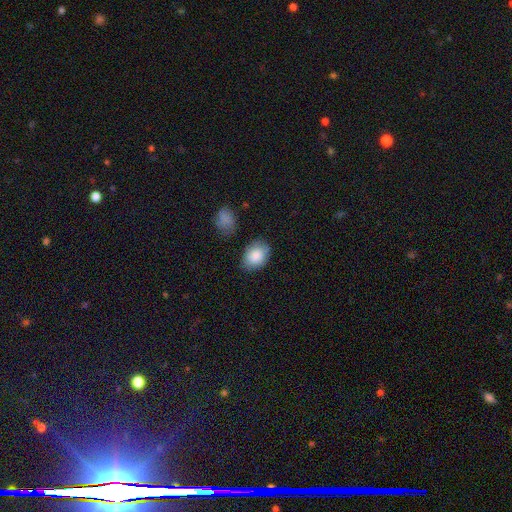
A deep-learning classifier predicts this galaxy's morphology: smooth-or-featured: smooth: 86% | featured or disk: 7% | star or artifact: 6%
  how-rounded: in between: 78% | round: 20% | cigar-shaped: 1%
  merging: none: 73% | minor disturbance: 19% | major disturbance: 4% | merger: 4%